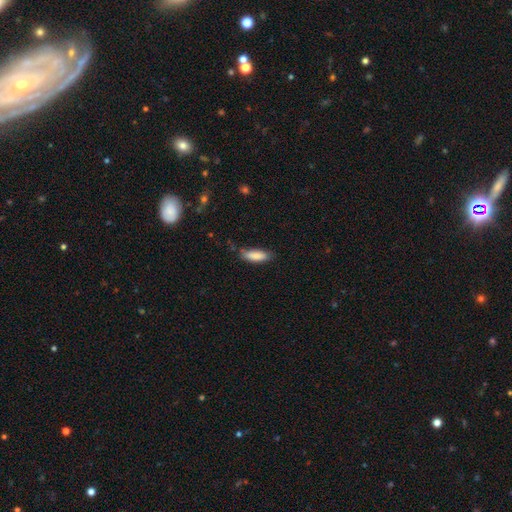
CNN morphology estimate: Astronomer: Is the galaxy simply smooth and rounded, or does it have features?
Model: smooth — 85%.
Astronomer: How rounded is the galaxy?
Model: in between — 62%.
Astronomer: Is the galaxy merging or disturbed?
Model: none — 65%.